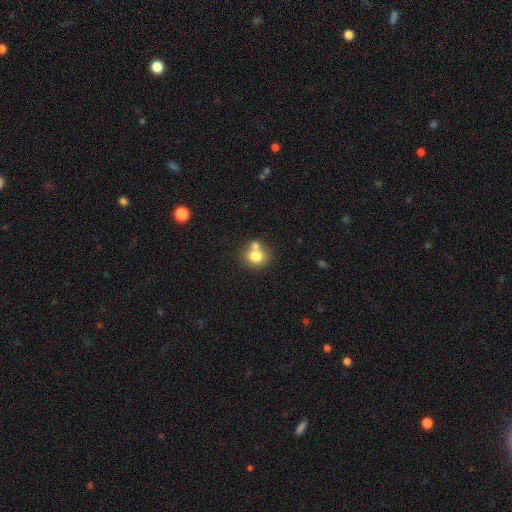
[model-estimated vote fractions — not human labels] smooth-or-featured: smooth: 76% | featured or disk: 13% | star or artifact: 11%
  how-rounded: round: 81% | in between: 18% | cigar-shaped: 1%
  merging: none: 50% | merger: 38% | minor disturbance: 9% | major disturbance: 3%